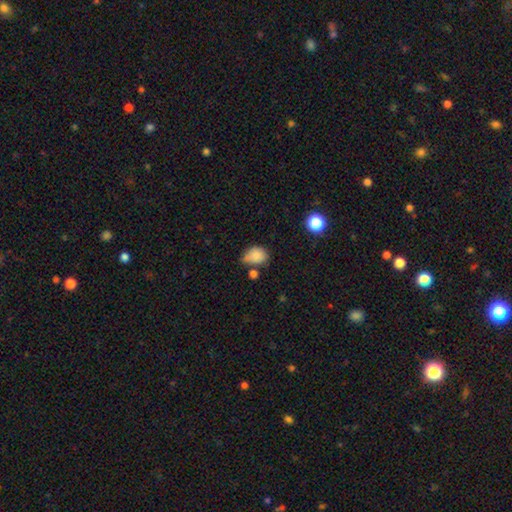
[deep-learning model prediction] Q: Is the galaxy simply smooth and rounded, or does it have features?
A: smooth — 82%.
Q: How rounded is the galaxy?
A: in between — 64%.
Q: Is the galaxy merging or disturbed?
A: none — 44%.